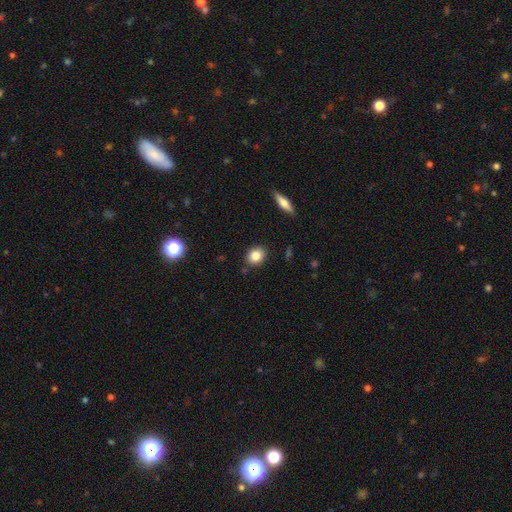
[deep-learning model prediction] Smooth or featured? Predicted: smooth (p=0.83). How rounded? Predicted: round (p=0.54). Merging? Predicted: none (p=0.87).